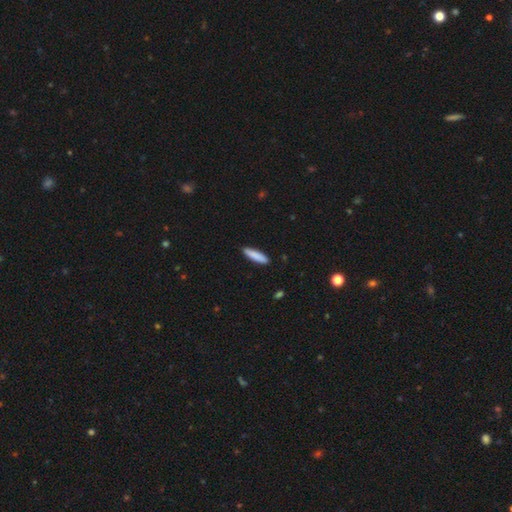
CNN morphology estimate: Smooth or featured?
  - smooth: 86% *
  - featured or disk: 8%
  - star or artifact: 5%
How rounded?
  - cigar-shaped: 80% *
  - in between: 19%
  - round: 1%
Merging?
  - none: 90% *
  - minor disturbance: 7%
  - major disturbance: 1%
  - merger: 1%